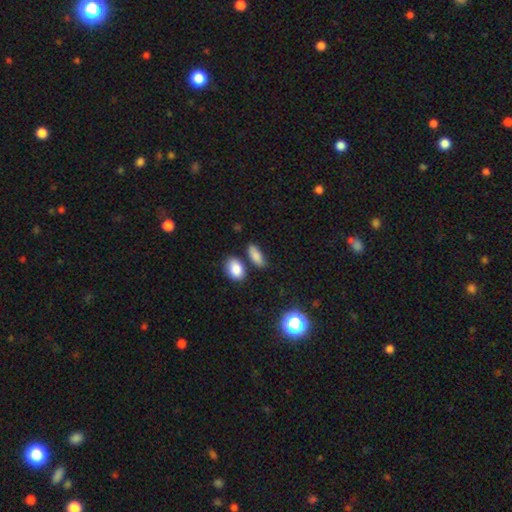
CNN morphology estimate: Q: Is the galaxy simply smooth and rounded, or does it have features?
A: smooth — 85%.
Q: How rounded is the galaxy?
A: in between — 78%.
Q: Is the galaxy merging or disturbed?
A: none — 71%.